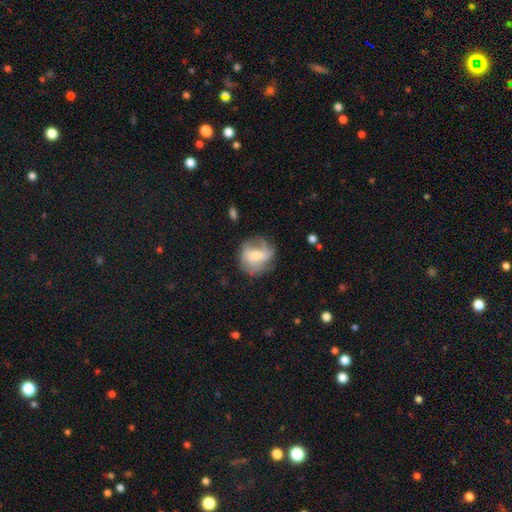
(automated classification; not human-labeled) smooth_or_featured: featured or disk (p=0.66) [alt: smooth p=0.27]
disk_edge_on: no (p=0.97) [alt: yes p=0.03]
bar: weak (p=0.45) [alt: no p=0.34]
has_spiral_arms: yes (p=0.86) [alt: no p=0.14]
spiral_winding: medium (p=0.42) [alt: loose p=0.33]
spiral_arm_count: 2 (p=0.38) [alt: 3 p=0.24]
bulge_size: moderate (p=0.47) [alt: small p=0.44]
merging: none (p=0.68) [alt: minor disturbance p=0.20]